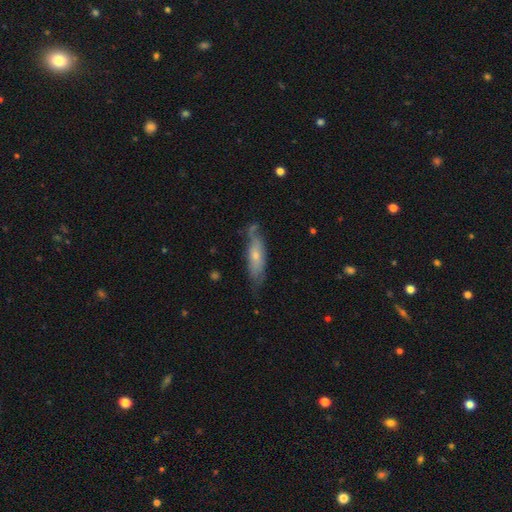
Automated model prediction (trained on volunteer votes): Smooth or featured? smooth (51%)
How rounded? cigar-shaped (53%)
Merging? none (55%)